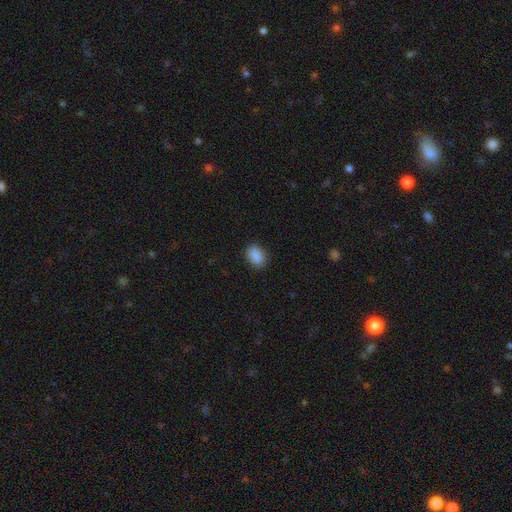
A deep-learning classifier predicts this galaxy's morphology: This is clearly a smooth galaxy (89%). How rounded: clearly in between (83%). Merging: clearly none (86%).